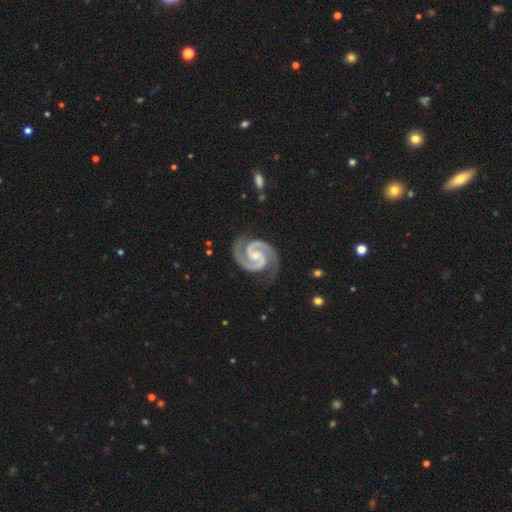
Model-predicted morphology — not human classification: smooth-or-featured: featured or disk: 95% | star or artifact: 3% | smooth: 2%
  disk-edge-on: no: 99% | yes: 1%
    bar: no: 51% | weak: 37% | strong: 12%
    has-spiral-arms: yes: 99% | no: 1%
      spiral-winding: tight: 49% | medium: 47% | loose: 5%
      spiral-arm-count: 2: 95% | 3: 1% | can't tell: 1% | 1: 1% | 4: 1% | more than 4: 1%
    bulge-size: small: 51% | moderate: 34% | none: 12% | large: 2% | dominant: 1%
  merging: none: 81% | minor disturbance: 14% | major disturbance: 4% | merger: 1%